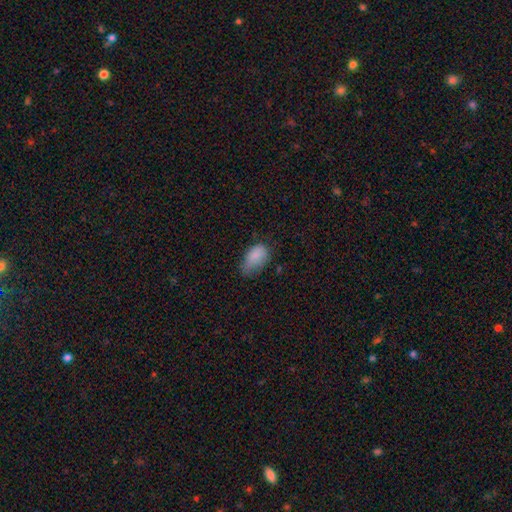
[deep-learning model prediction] Overall: smooth (84%). How rounded: in between (92%). Merging: minor disturbance (43%; none 37%).